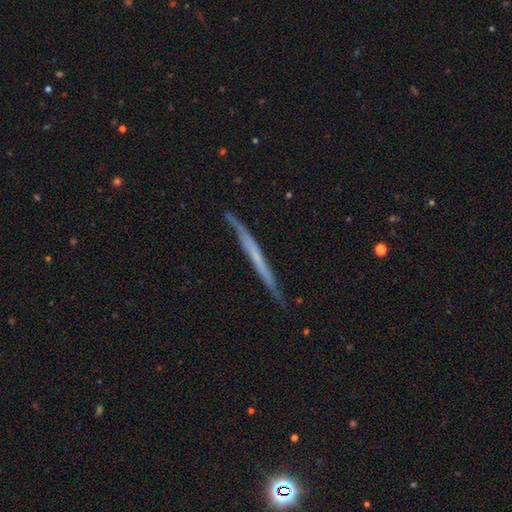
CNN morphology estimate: A featured or disk galaxy (62%) viewed edge-on (95%) with no central bulge (88%). Merging: none (82%).